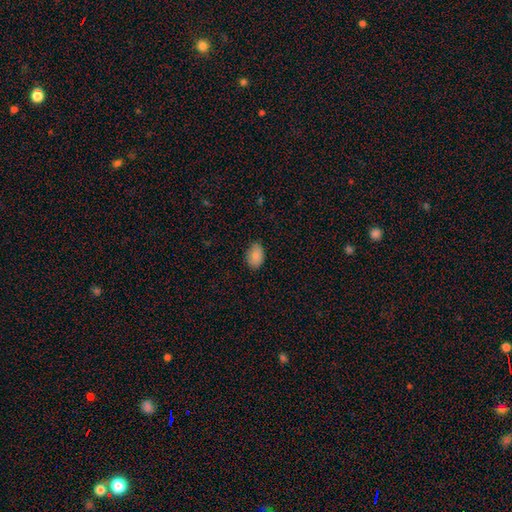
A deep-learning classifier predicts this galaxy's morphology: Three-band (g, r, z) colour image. It shows a smooth galaxy with no disk features (87%) that is in between round and cigar-shaped (86%). Merging: none (81%).